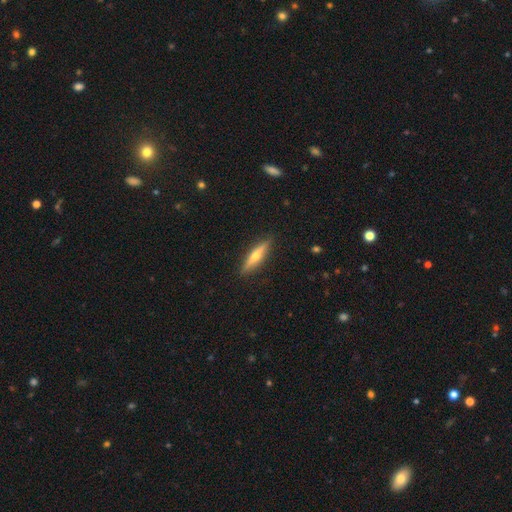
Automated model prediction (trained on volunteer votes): This appears to be a featured or disk galaxy (57%) viewed edge-on (95%) with a rounded central bulge (88%). Merging: none (90%).